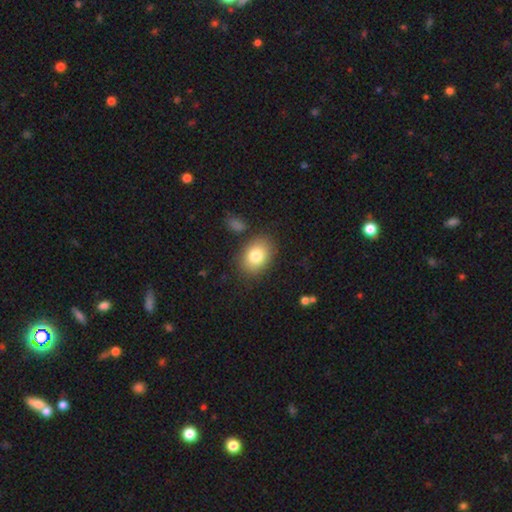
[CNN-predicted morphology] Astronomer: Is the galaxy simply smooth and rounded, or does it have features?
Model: smooth — 81%.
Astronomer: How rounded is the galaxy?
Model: in between — 73%.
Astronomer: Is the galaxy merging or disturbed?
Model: none — 82%.